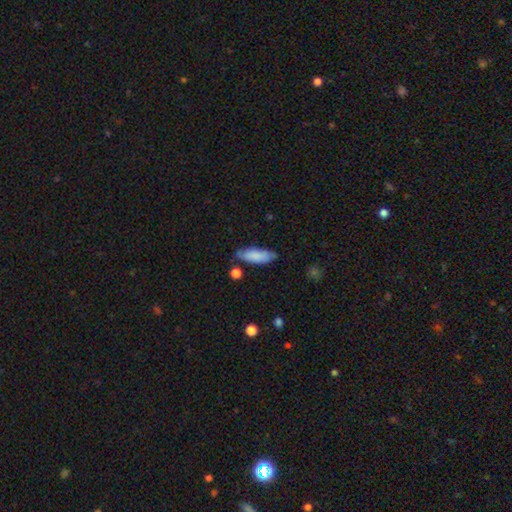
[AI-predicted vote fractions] smooth-or-featured: smooth: 81% | featured or disk: 13% | star or artifact: 6%
  how-rounded: in between: 63% | cigar-shaped: 36% | round: 2%
  merging: none: 71% | minor disturbance: 21% | major disturbance: 4% | merger: 4%